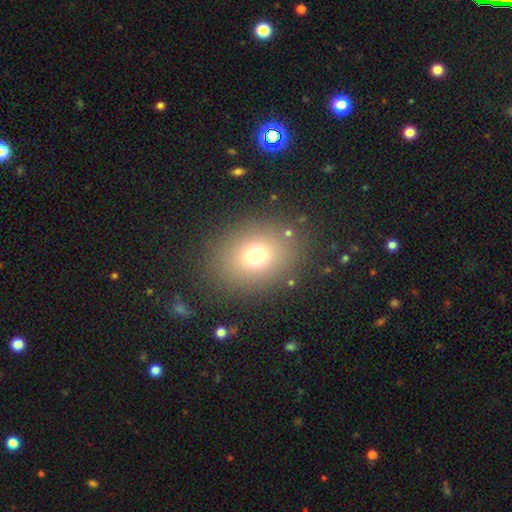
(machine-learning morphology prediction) Smooth or featured? Predicted: smooth (p=0.73). How rounded? Predicted: round (p=0.52). Merging? Predicted: none (p=0.84).